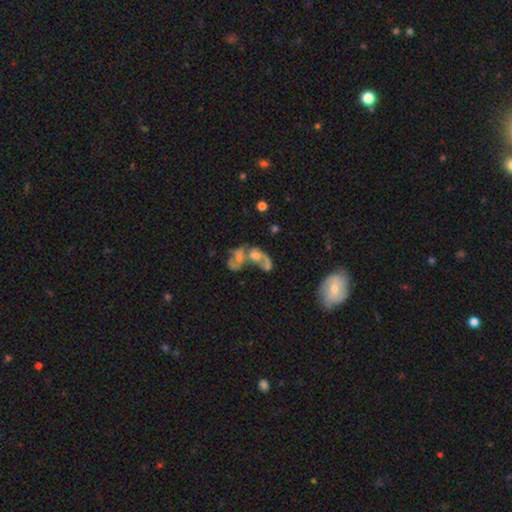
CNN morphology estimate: A featured or disk galaxy (48%). Merging: merger (40%).